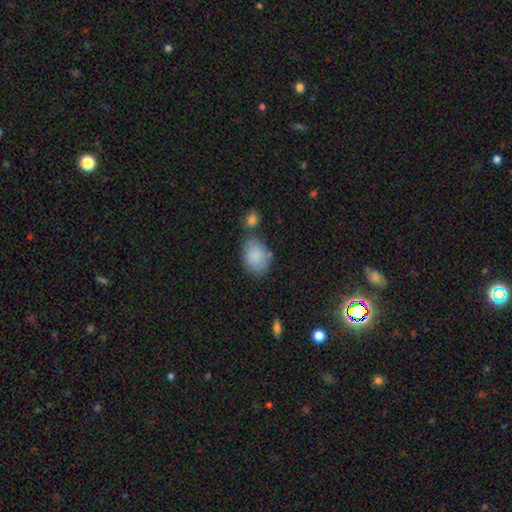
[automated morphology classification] This is clearly a smooth galaxy (86%). How rounded: clearly in between (83%). Merging: possibly none (55%).